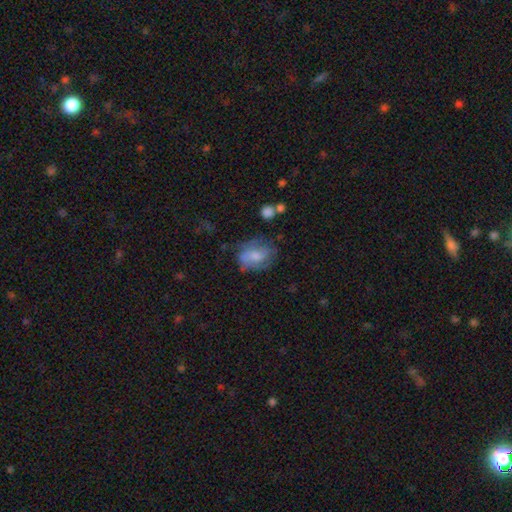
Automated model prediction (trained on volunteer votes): smooth 53%, featured or disk 38%, star or artifact 9%. Down the decision tree: how rounded — in between (66%); merging — none (52%).